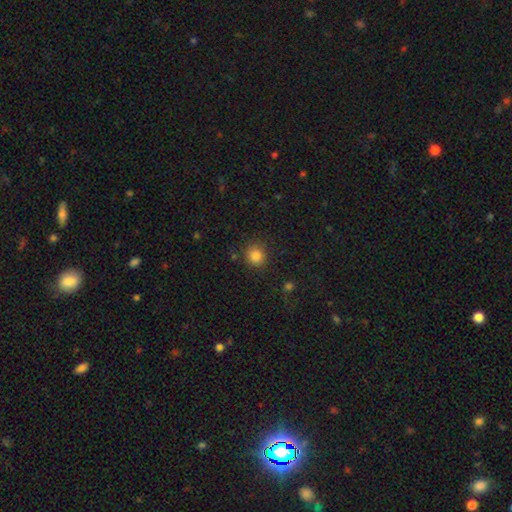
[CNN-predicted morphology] smooth_or_featured: smooth (p=0.84) [alt: star or artifact p=0.11]
how_rounded: round (p=0.85) [alt: in between p=0.14]
merging: none (p=0.86) [alt: minor disturbance p=0.09]